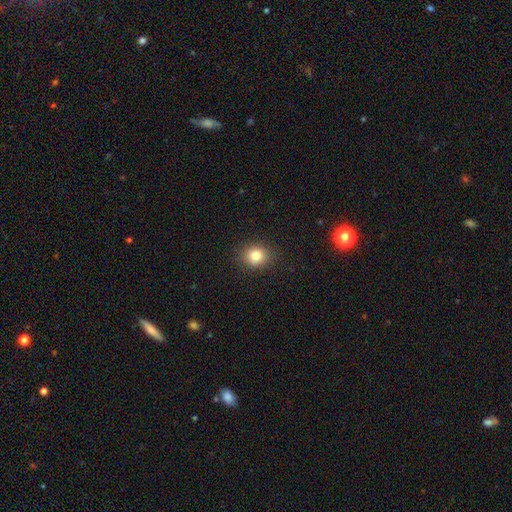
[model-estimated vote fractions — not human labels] Morphology: type=smooth (82%); roundness=round (73%); merging=none (88%).